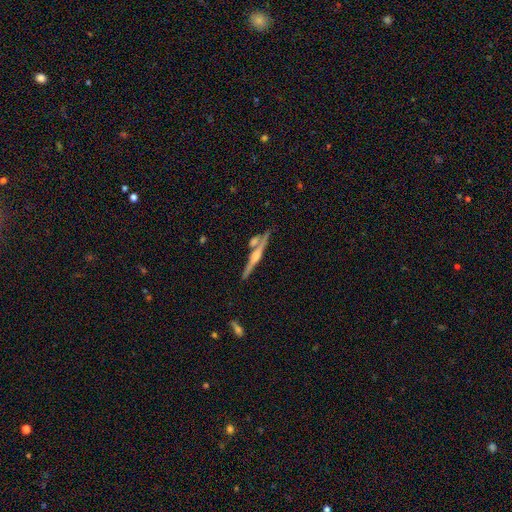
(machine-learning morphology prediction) Smooth or featured: featured or disk — 78% (smooth — 15%)
Edge-on disk: yes — 97% (no — 3%)
Edge-on bulge: rounded — 83% (none — 9%)
Merging: none — 75% (minor disturbance — 11%)